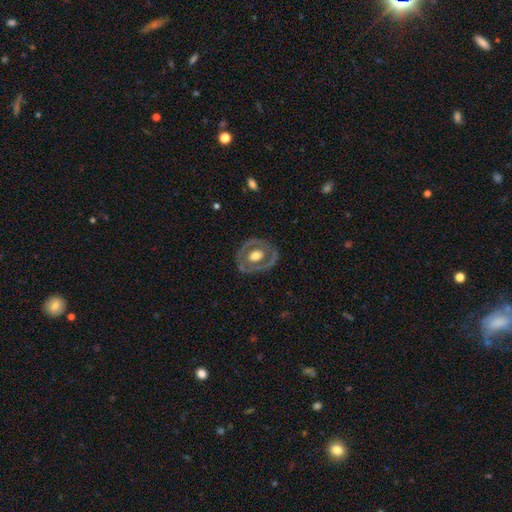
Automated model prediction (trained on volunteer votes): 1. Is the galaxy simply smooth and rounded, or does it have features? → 63% featured or disk, 32% smooth, 5% star or artifact.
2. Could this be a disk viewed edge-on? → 94% no, 6% yes.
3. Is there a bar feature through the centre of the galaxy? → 80% no, 15% weak, 5% strong.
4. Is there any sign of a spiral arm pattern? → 83% no, 17% yes.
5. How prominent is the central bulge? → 54% moderate, 38% large, 5% small, 2% dominant, 1% none.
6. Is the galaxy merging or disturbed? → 78% none, 15% minor disturbance, 6% major disturbance, 1% merger.